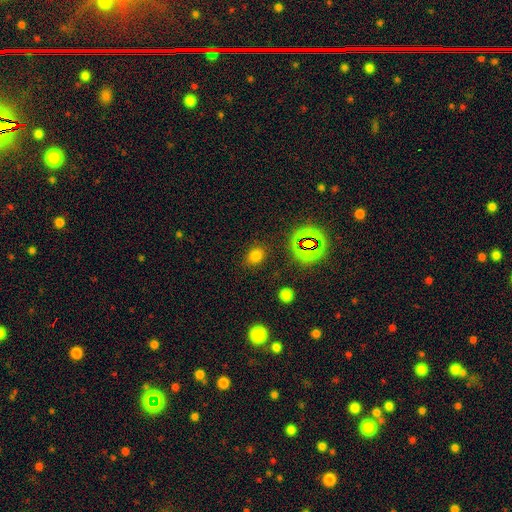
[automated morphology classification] A smooth galaxy with no disk features (71%) that is in between round and cigar-shaped (52%). Merging: none (84%).